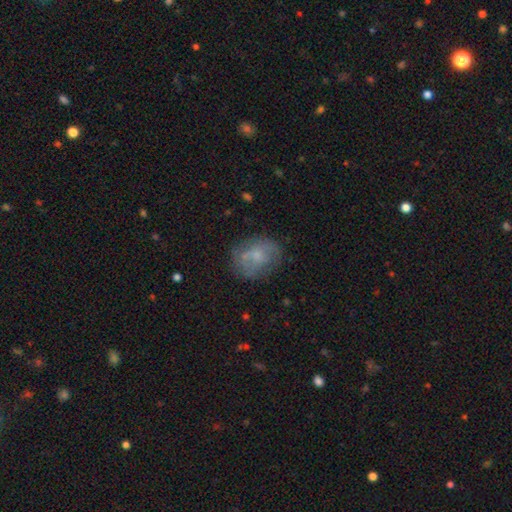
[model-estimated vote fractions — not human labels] smooth-or-featured: smooth: 56% | featured or disk: 34% | star or artifact: 10%
  how-rounded: in between: 59% | round: 40% | cigar-shaped: 1%
  merging: none: 60% | minor disturbance: 24% | major disturbance: 12% | merger: 4%